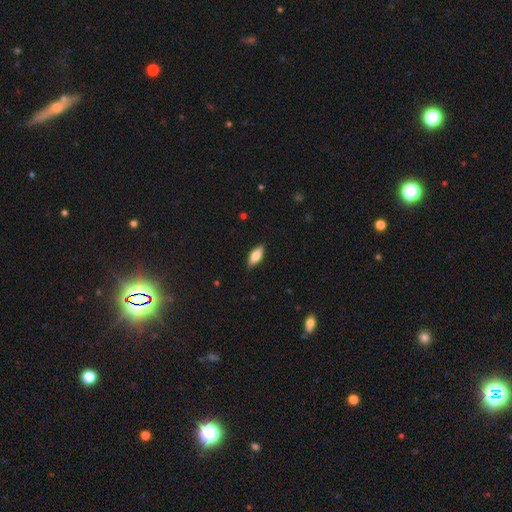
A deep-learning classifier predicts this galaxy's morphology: smooth 72%, featured or disk 21%, star or artifact 6%. Down the decision tree: how rounded — in between (73%); merging — none (87%).